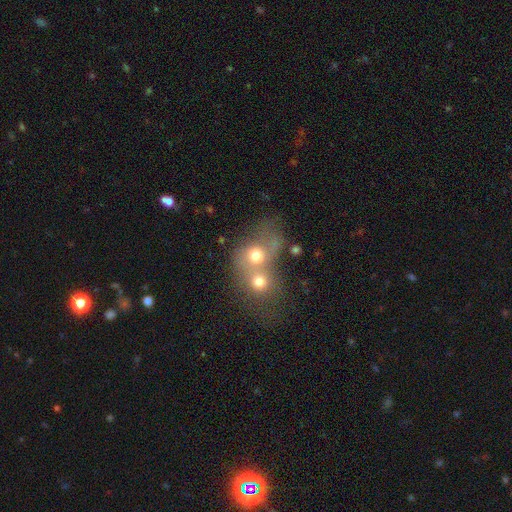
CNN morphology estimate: smooth-or-featured: smooth: 64% | featured or disk: 22% | star or artifact: 14%
  how-rounded: round: 69% | in between: 30% | cigar-shaped: 1%
  merging: merger: 71% | none: 17% | major disturbance: 6% | minor disturbance: 5%